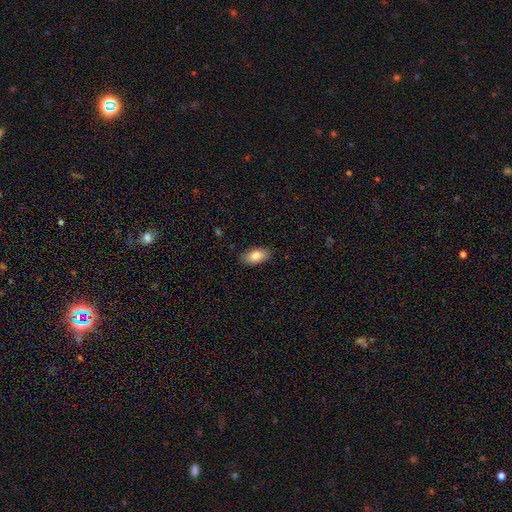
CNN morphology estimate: The model was most divided on "smooth or featured": smooth: 83%, featured or disk: 10%, star or artifact: 7%. More confident: how rounded — in between (92%); merging — none (88%).